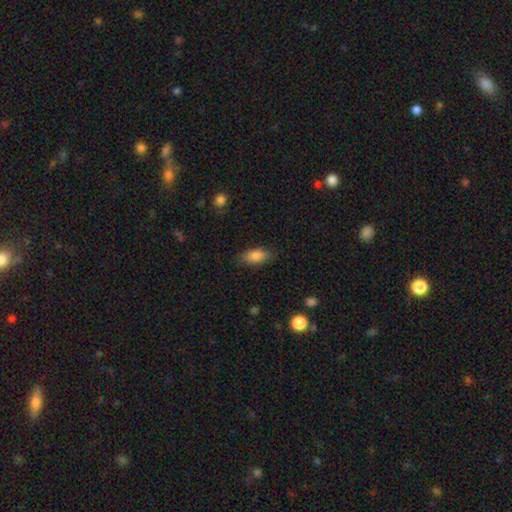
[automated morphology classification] smooth 85%, featured or disk 8%, star or artifact 7%. Down the decision tree: how rounded — in between (87%); merging — none (85%).